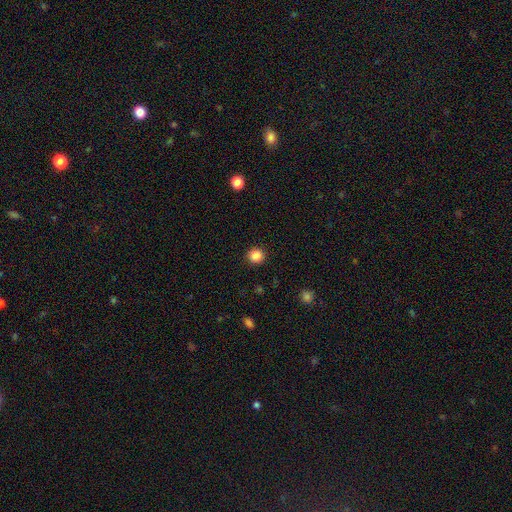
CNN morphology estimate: Smooth or featured? smooth (87%)
How rounded? round (92%)
Merging? none (92%)